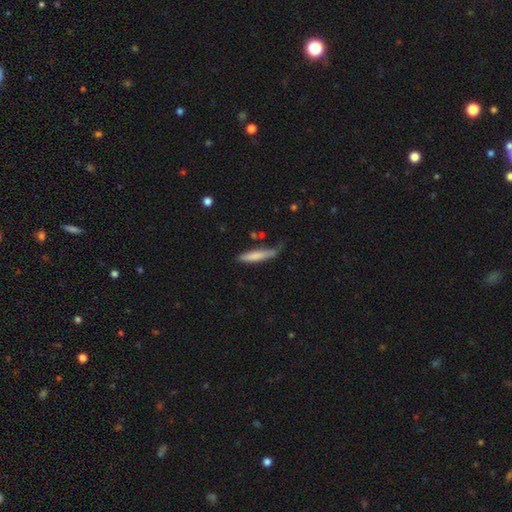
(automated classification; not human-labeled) The model was most divided on "merging": none: 54%, minor disturbance: 31%, major disturbance: 10%, merger: 4%. More confident: how rounded — cigar-shaped (84%); smooth or featured — smooth (76%).